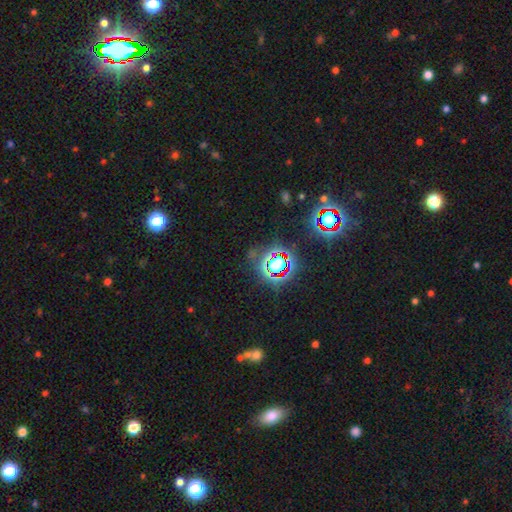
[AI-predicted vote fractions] Smooth or featured: star or artifact — 76% (smooth — 15%)